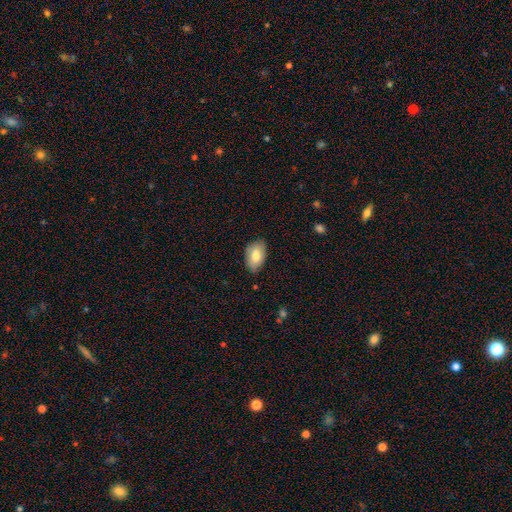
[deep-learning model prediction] Smooth or featured?
  - smooth: 79% *
  - featured or disk: 14%
  - star or artifact: 7%
How rounded?
  - in between: 92% *
  - round: 7%
  - cigar-shaped: 1%
Merging?
  - none: 78% *
  - minor disturbance: 18%
  - major disturbance: 3%
  - merger: 1%